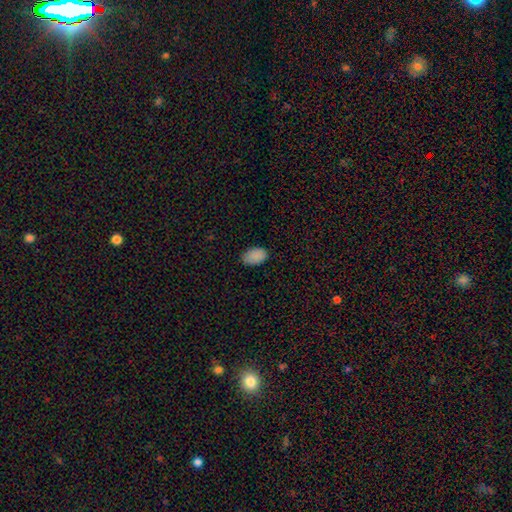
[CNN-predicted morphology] Smooth or featured? smooth (88%)
How rounded? in between (92%)
Merging? none (79%)